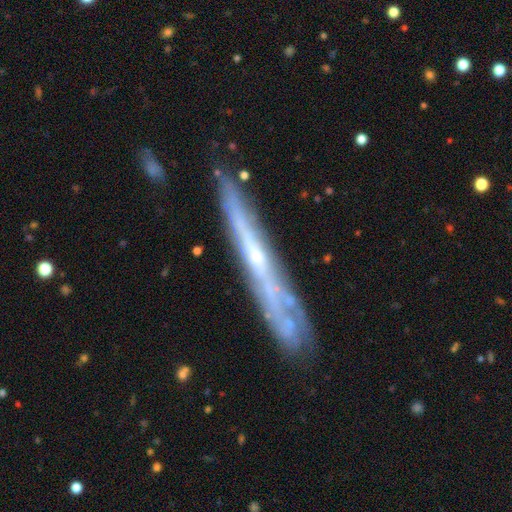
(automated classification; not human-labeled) Smooth or featured? Predicted: featured or disk (p=0.71). Edge-on disk? Predicted: yes (p=0.82). Edge-on bulge? Predicted: none (p=0.70). Merging? Predicted: none (p=0.76).